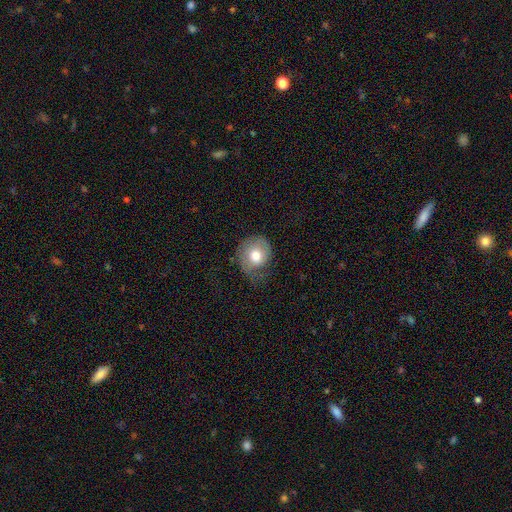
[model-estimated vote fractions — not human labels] A smooth galaxy with no disk features (65%) that is round (77%). Merging: none (46%).